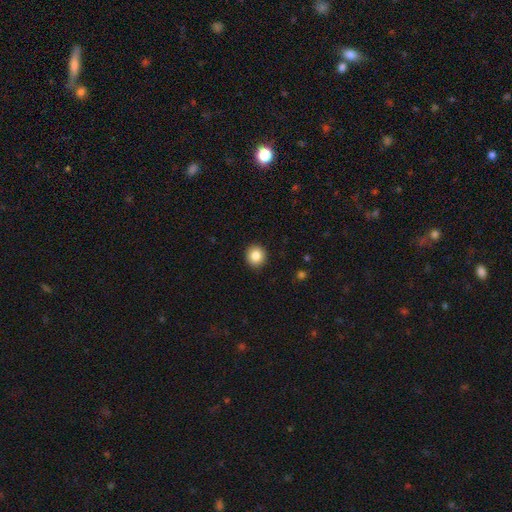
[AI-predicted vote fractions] Q: Smooth or featured?
A: smooth (85%); runner-up: star or artifact (9%)
Q: How rounded?
A: round (88%); runner-up: in between (11%)
Q: Merging?
A: none (92%); runner-up: minor disturbance (5%)